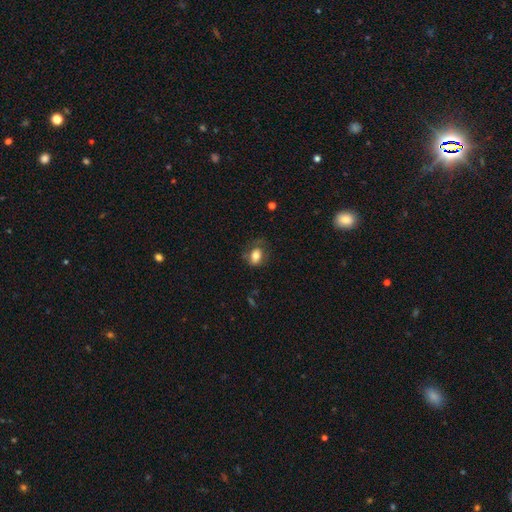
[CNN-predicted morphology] Smooth or featured: smooth — 75% (featured or disk — 16%)
How rounded: in between — 74% (round — 24%)
Merging: none — 58% (minor disturbance — 25%)